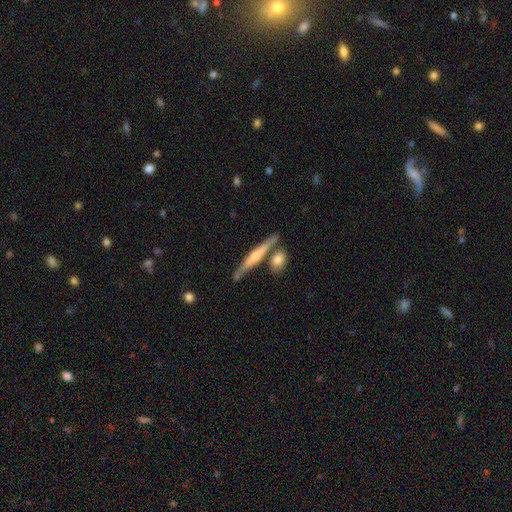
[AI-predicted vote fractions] A featured or disk galaxy (57%) viewed edge-on (94%) with a rounded central bulge (59%). Merging: none (70%).